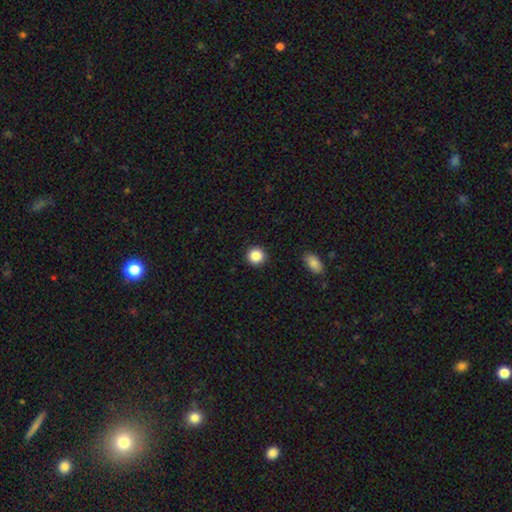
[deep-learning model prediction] smooth 86%, star or artifact 9%, featured or disk 4%. Down the decision tree: how rounded — round (93%); merging — none (92%).